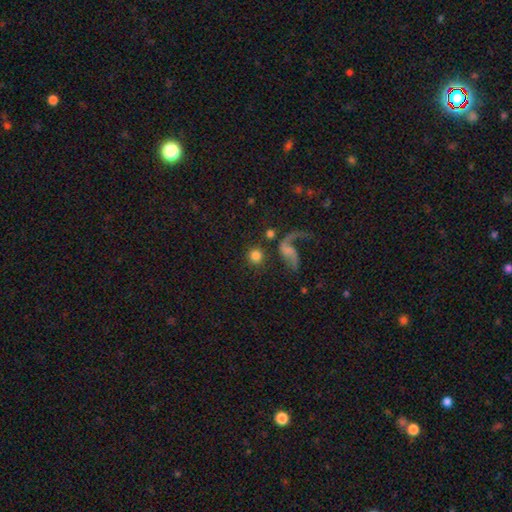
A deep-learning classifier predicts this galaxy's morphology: Smooth or featured? Predicted: smooth (p=0.77). How rounded? Predicted: round (p=0.92). Merging? Predicted: none (p=0.75).